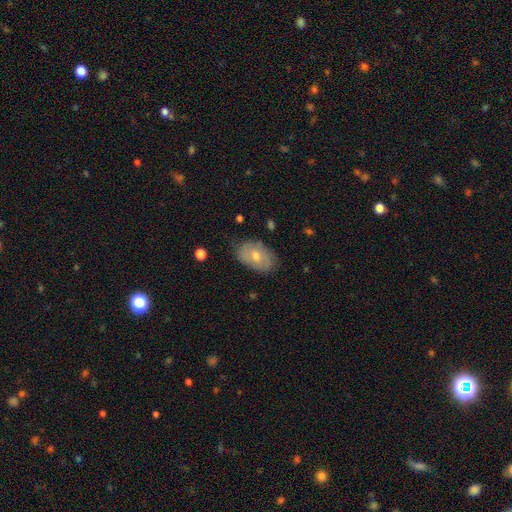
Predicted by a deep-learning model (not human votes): Smooth or featured? Predicted: featured or disk (p=0.48). Merging? Predicted: none (p=0.76).